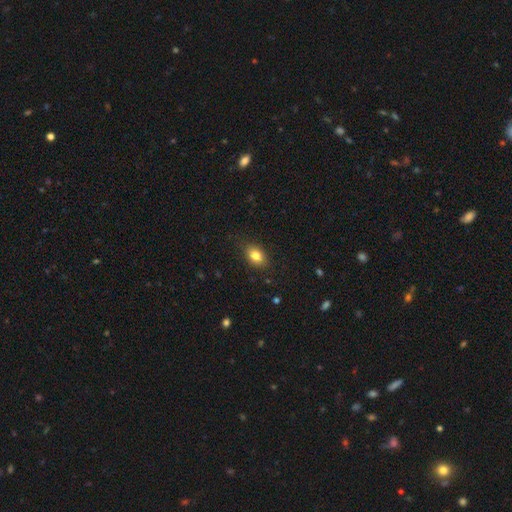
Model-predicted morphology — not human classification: Smooth or featured: smooth — 83% (star or artifact — 9%)
How rounded: in between — 81% (round — 18%)
Merging: none — 84% (minor disturbance — 13%)